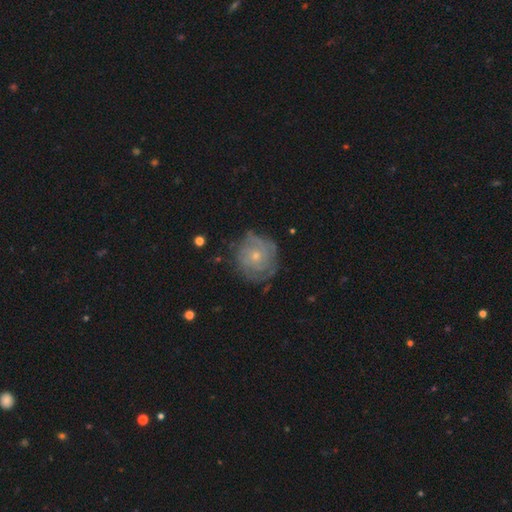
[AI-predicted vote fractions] Smooth or featured?
  - featured or disk: 68% *
  - smooth: 24%
  - star or artifact: 8%
Edge-on disk?
  - no: 97% *
  - yes: 3%
Bar?
  - no: 84% *
  - weak: 13%
  - strong: 2%
Spiral arms?
  - yes: 79% *
  - no: 21%
Spiral winding?
  - tight: 72% *
  - medium: 20%
  - loose: 7%
Spiral arm count?
  - can't tell: 54% *
  - 2: 17%
  - 3: 11%
  - 4: 7%
  - 1: 5%
  - more than 4: 5%
Bulge size?
  - small: 69% *
  - moderate: 28%
  - none: 2%
  - large: 1%
  - dominant: 1%
Merging?
  - none: 68% *
  - minor disturbance: 21%
  - major disturbance: 9%
  - merger: 2%